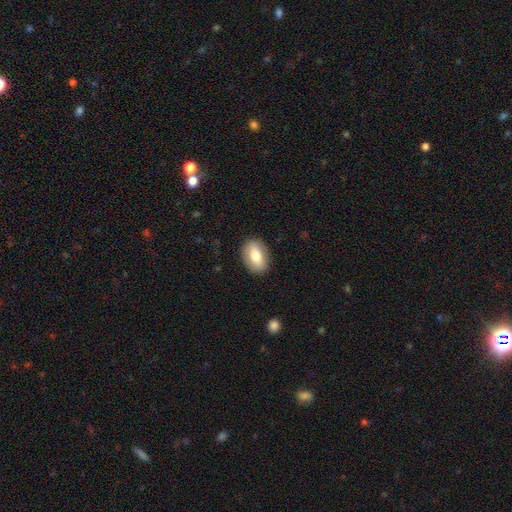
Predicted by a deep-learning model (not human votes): smooth_or_featured: smooth (p=0.74) [alt: featured or disk p=0.19]
how_rounded: in between (p=0.84) [alt: round p=0.14]
merging: none (p=0.87) [alt: minor disturbance p=0.10]